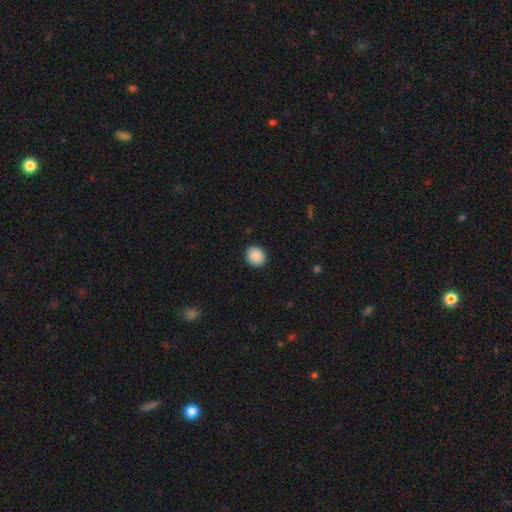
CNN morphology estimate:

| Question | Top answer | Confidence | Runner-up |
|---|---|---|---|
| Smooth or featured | smooth | 90% | star or artifact (8%) |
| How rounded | round | 80% | in between (19%) |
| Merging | none | 91% | minor disturbance (6%) |